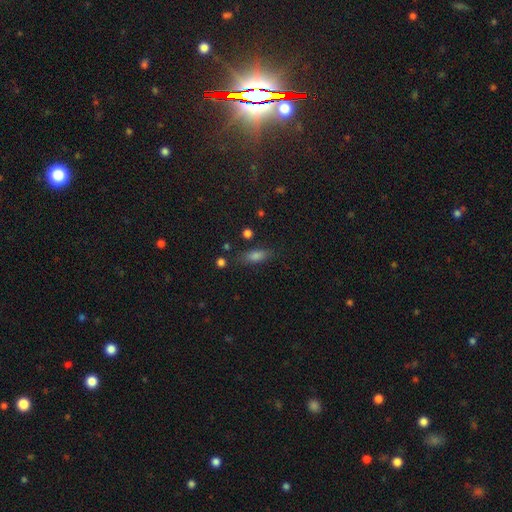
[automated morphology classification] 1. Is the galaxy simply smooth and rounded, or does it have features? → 72% smooth, 14% featured or disk, 13% star or artifact.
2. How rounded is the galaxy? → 66% in between, 29% cigar-shaped, 5% round.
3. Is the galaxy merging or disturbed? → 79% none, 14% minor disturbance, 4% major disturbance, 3% merger.